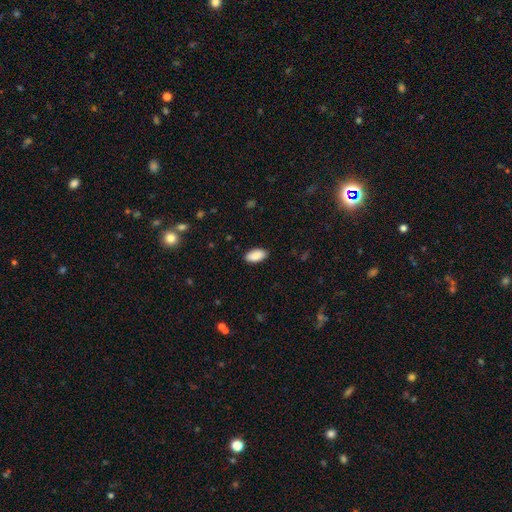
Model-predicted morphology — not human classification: Overall: smooth (90%). How rounded: in between (94%). Merging: none (88%).